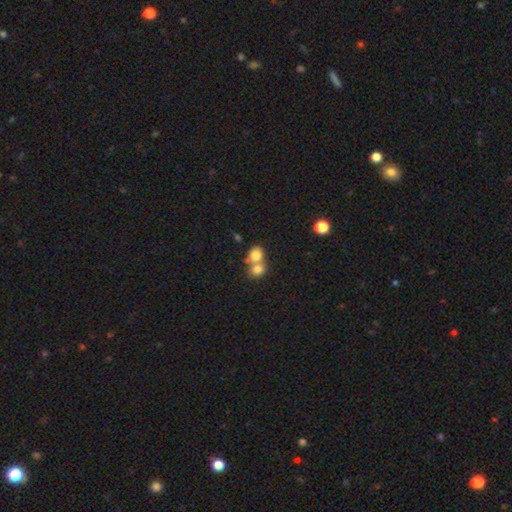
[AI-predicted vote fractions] This appears to be a smooth galaxy with no disk features (79%) that is round (67%). Merging: merger (63%).